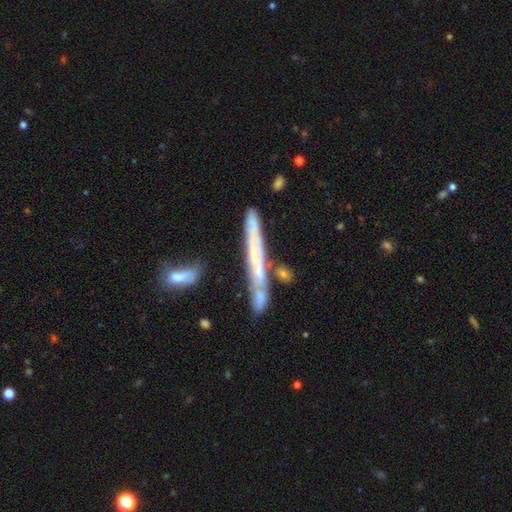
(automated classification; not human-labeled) smooth-or-featured: featured or disk: 56% | smooth: 36% | star or artifact: 8%
  disk-edge-on: yes: 87% | no: 13%
  merging: none: 66% | minor disturbance: 16% | merger: 14% | major disturbance: 4%